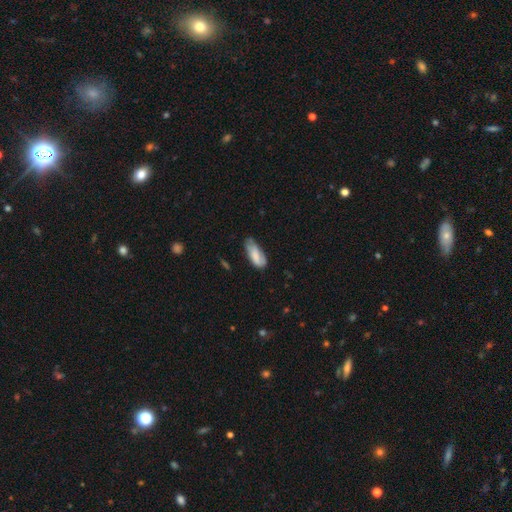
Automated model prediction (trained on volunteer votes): smooth 73%, featured or disk 20%, star or artifact 7%. Down the decision tree: how rounded — in between (81%); merging — minor disturbance (42%).